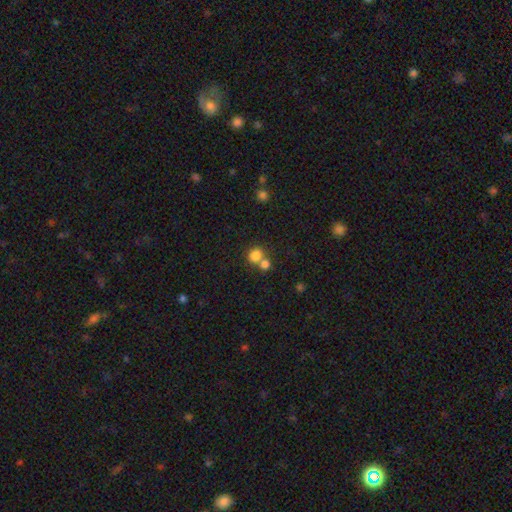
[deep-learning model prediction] This appears to be a smooth galaxy with no disk features (80%) that is round (61%). Merging: merger (45%).